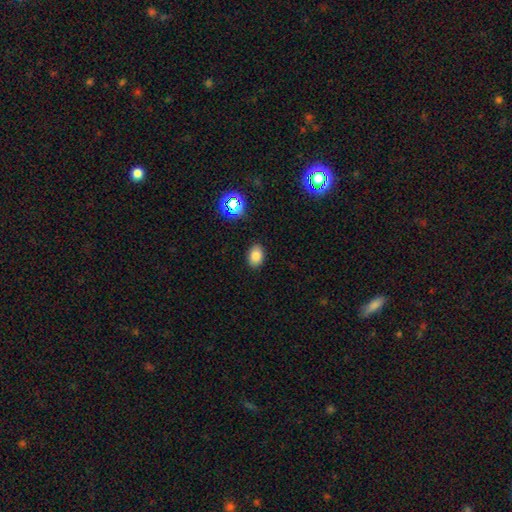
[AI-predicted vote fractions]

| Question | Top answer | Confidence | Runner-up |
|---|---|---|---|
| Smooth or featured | smooth | 81% | star or artifact (13%) |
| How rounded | in between | 78% | round (21%) |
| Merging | none | 87% | minor disturbance (9%) |